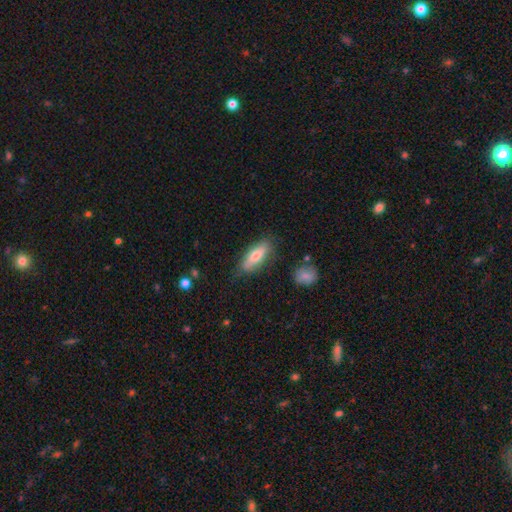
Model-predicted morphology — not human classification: This appears to be a smooth galaxy with no disk features (71%) that is in between round and cigar-shaped (59%). Merging: none (74%).